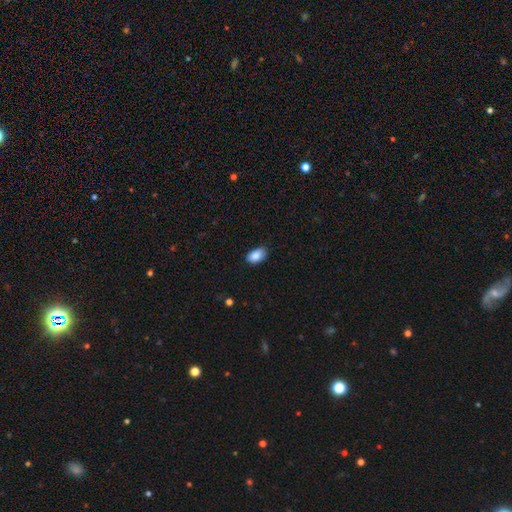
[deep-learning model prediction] A smooth galaxy with no disk features (87%) that is in between round and cigar-shaped (91%).

Vote fractions:
- Smooth or featured? smooth: 87% / star or artifact: 8% / featured or disk: 6%
- How rounded? in between: 91% / round: 8% / cigar-shaped: 1%
- Merging? none: 80% / minor disturbance: 17% / major disturbance: 2% / merger: 1%